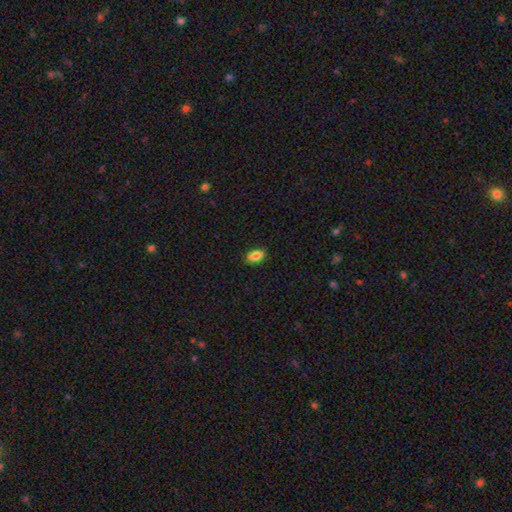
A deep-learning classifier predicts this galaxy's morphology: The model was most divided on "smooth or featured": smooth: 86%, star or artifact: 8%, featured or disk: 6%. More confident: how rounded — in between (90%); merging — none (88%).